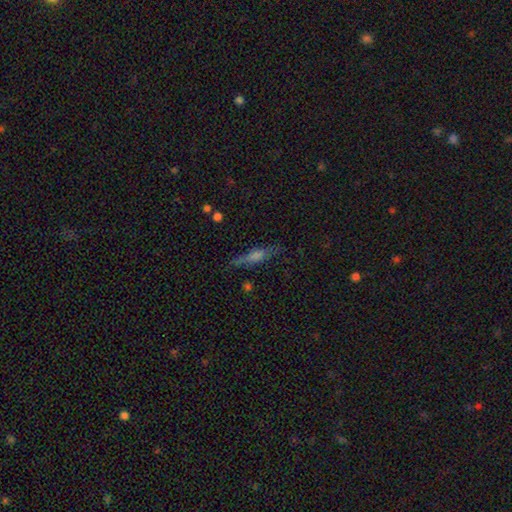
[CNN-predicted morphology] Overall: featured or disk (52%; smooth 37%). Edge-on disk: yes (93%). Merging: none (81%).